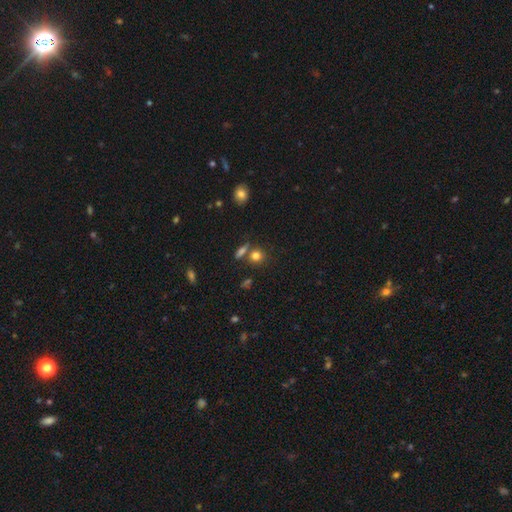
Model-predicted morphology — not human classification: Smooth or featured? smooth (79%)
How rounded? round (80%)
Merging? none (66%)